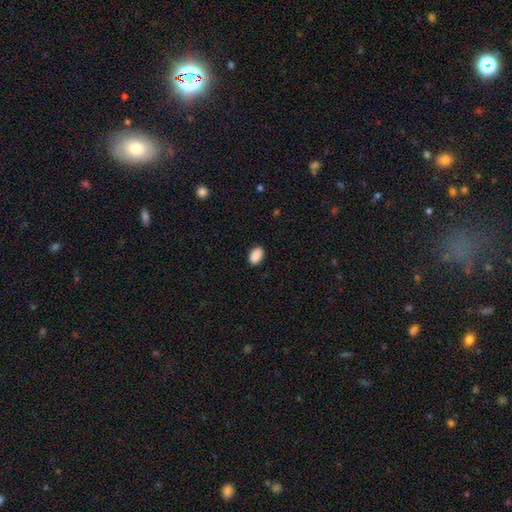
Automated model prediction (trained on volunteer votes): A smooth galaxy with no disk features (90%) that is in between round and cigar-shaped (90%).

Vote fractions:
- Smooth or featured? smooth: 90% / star or artifact: 7% / featured or disk: 2%
- How rounded? in between: 90% / round: 9% / cigar-shaped: 1%
- Merging? none: 88% / minor disturbance: 9% / major disturbance: 2% / merger: 1%